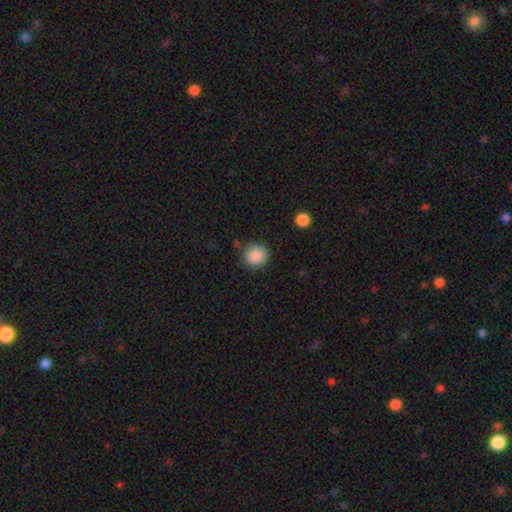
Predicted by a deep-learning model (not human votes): Smooth or featured? Predicted: smooth (p=0.88). How rounded? Predicted: round (p=0.91). Merging? Predicted: none (p=0.83).